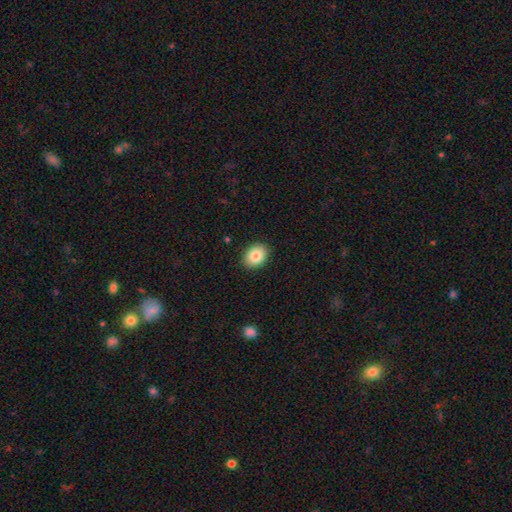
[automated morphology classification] This is clearly a smooth galaxy (85%). How rounded: likely in between (64%). Merging: clearly none (89%).